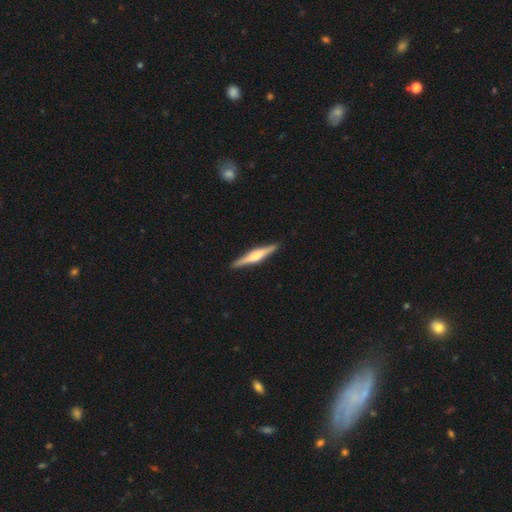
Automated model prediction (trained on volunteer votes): featured or disk 65%, smooth 30%, star or artifact 5%. Down the decision tree: edge-on disk — yes (98%); edge-on bulge — rounded (68%); merging — none (91%).